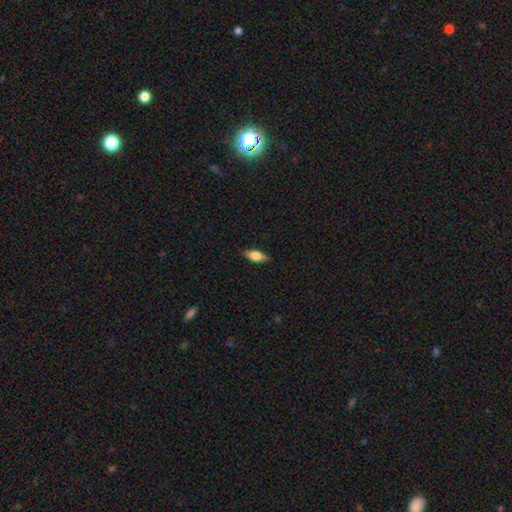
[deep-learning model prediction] Overall: smooth (67%). How rounded: in between (77%). Merging: none (84%).